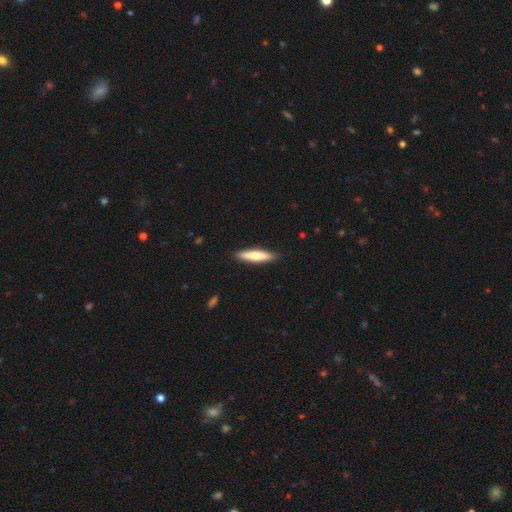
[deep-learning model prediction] Smooth or featured?
  - smooth: 64% *
  - featured or disk: 31%
  - star or artifact: 5%
How rounded?
  - cigar-shaped: 82% *
  - in between: 17%
  - round: 1%
Merging?
  - none: 90% *
  - minor disturbance: 8%
  - major disturbance: 2%
  - merger: 1%